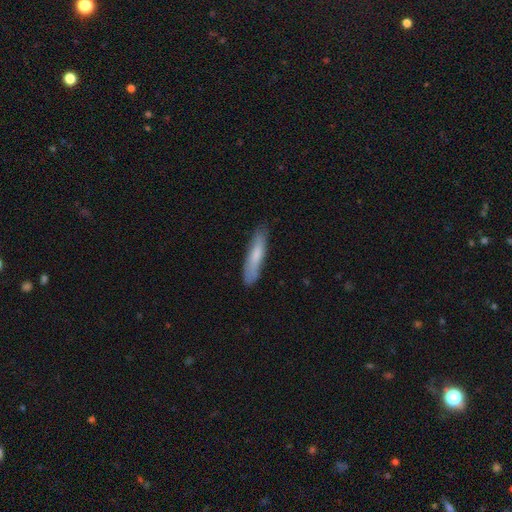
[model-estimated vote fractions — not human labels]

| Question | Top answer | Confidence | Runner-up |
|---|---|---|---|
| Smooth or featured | smooth | 72% | featured or disk (22%) |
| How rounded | cigar-shaped | 84% | in between (15%) |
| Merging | none | 82% | minor disturbance (14%) |